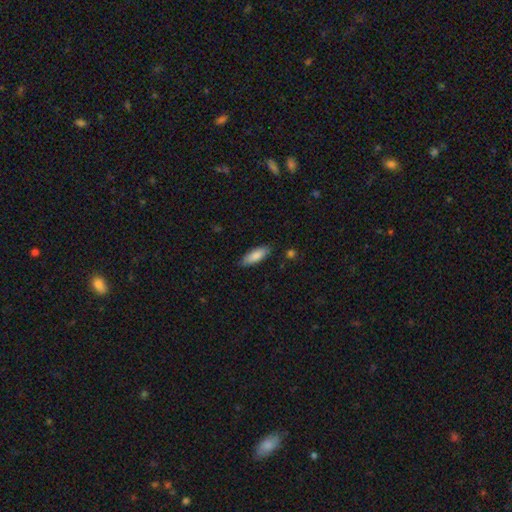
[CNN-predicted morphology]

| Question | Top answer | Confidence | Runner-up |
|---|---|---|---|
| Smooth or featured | smooth | 86% | featured or disk (9%) |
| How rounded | in between | 68% | cigar-shaped (31%) |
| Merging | none | 84% | minor disturbance (12%) |